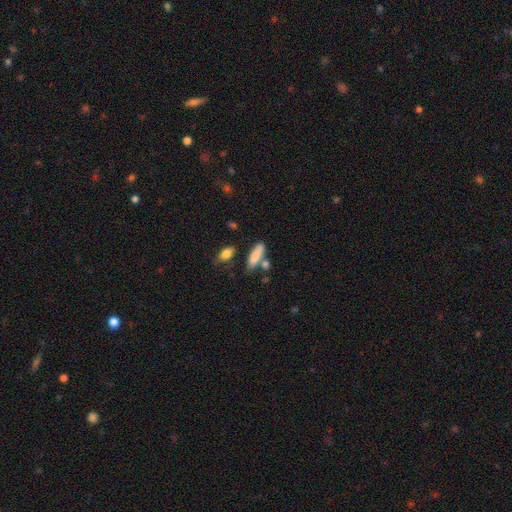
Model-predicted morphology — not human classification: Smooth or featured?
  - smooth: 83% *
  - featured or disk: 10%
  - star or artifact: 7%
How rounded?
  - in between: 52% *
  - cigar-shaped: 46%
  - round: 3%
Merging?
  - none: 60% *
  - minor disturbance: 18%
  - merger: 16%
  - major disturbance: 6%